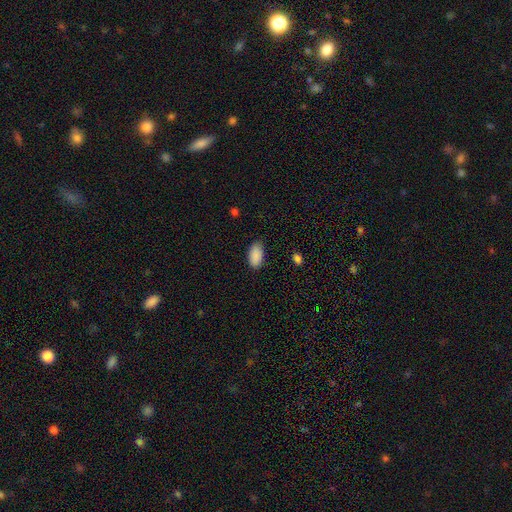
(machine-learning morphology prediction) A smooth galaxy with no disk features (90%) that is in between round and cigar-shaped (94%). Merging: none (82%).